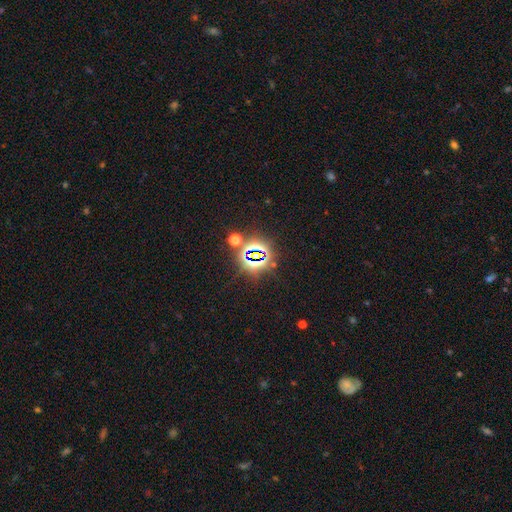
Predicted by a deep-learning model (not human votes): Q: Smooth or featured?
A: star or artifact (77%); runner-up: smooth (15%)